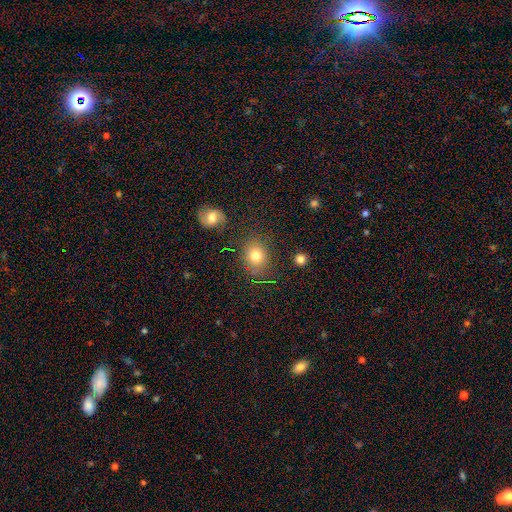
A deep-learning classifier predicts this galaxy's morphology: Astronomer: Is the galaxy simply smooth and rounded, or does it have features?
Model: smooth — 77%.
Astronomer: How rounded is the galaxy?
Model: round — 58% (runner-up: in between, 41%).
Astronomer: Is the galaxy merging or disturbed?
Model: none — 81%.